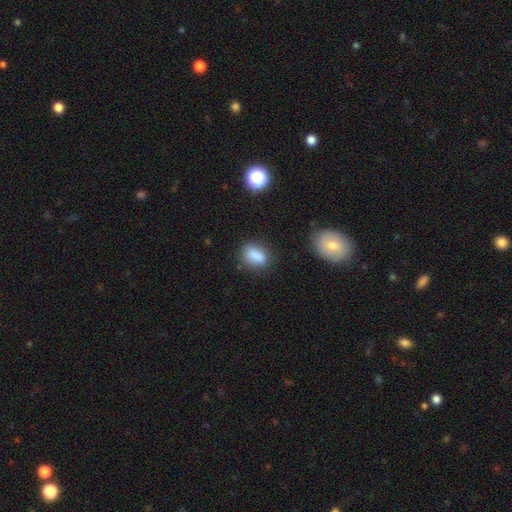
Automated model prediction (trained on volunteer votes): This appears to be a smooth galaxy with no disk features (84%) that is in between round and cigar-shaped (75%). Merging: none (74%).